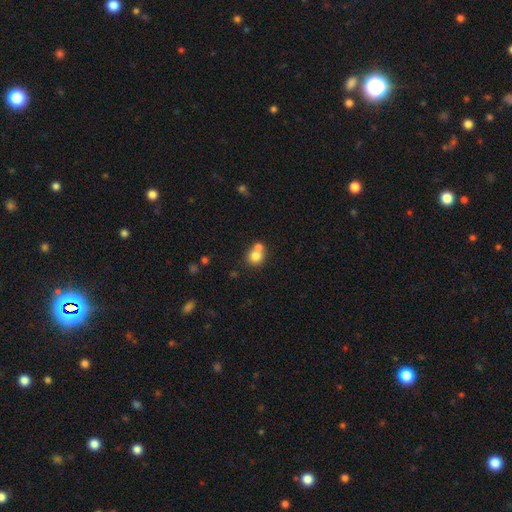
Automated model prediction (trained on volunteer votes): smooth-or-featured: smooth: 78% | featured or disk: 12% | star or artifact: 10%
  how-rounded: round: 82% | in between: 17% | cigar-shaped: 1%
  merging: merger: 48% | none: 42% | minor disturbance: 8% | major disturbance: 3%